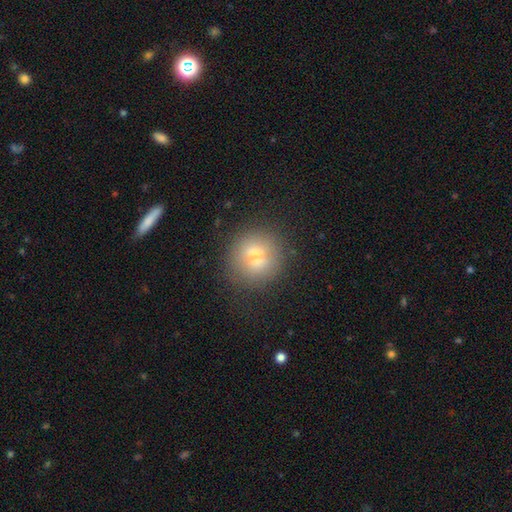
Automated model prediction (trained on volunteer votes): smooth_or_featured: smooth (p=0.67) [alt: featured or disk p=0.21]
how_rounded: round (p=0.88) [alt: in between p=0.11]
merging: none (p=0.67) [alt: minor disturbance p=0.15]